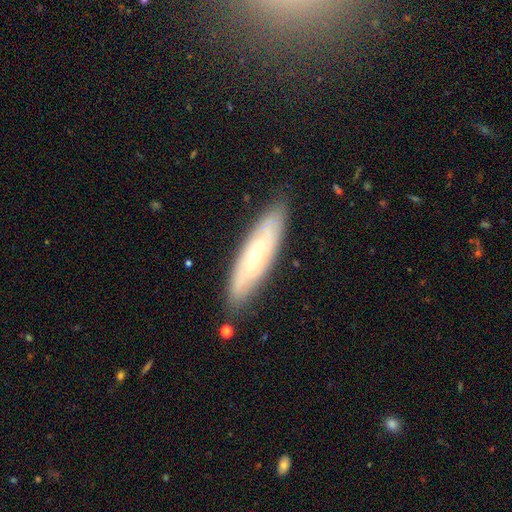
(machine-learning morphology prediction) A featured or disk galaxy (55%).

Vote fractions:
- Smooth or featured? featured or disk: 55% / smooth: 38% / star or artifact: 7%
- Edge-on disk? no: 61% / yes: 39%
- Merging? none: 84% / minor disturbance: 12% / major disturbance: 2% / merger: 2%